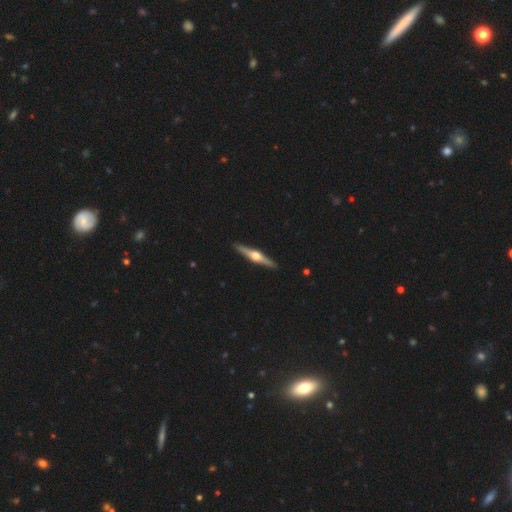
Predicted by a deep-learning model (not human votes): Smooth or featured? featured or disk (75%)
Edge-on disk? yes (98%)
Edge-on bulge? rounded (95%)
Merging? none (92%)